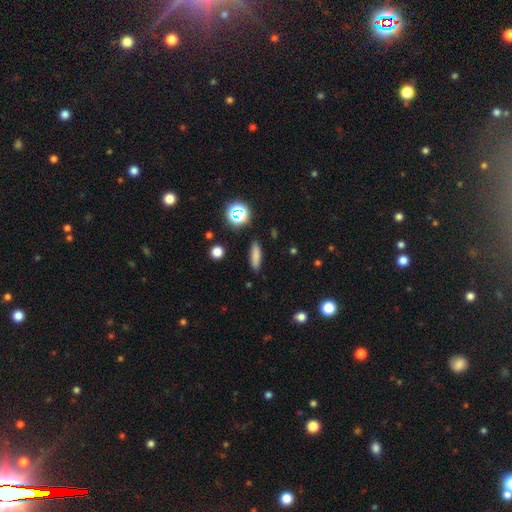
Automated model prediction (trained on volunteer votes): This is likely a smooth galaxy (79%). How rounded: possibly cigar-shaped (57%). Merging: clearly none (87%).